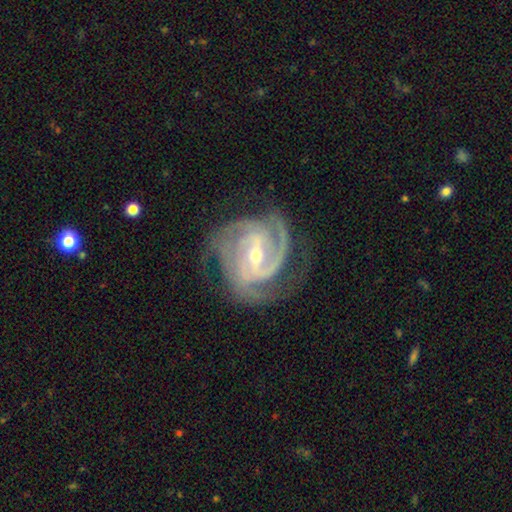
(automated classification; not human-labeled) Smooth or featured: featured or disk — 93% (star or artifact — 4%)
Edge-on disk: no — 98% (yes — 2%)
Bar: strong — 44% (weak — 43%)
Spiral arms: yes — 98% (no — 2%)
Spiral winding: tight — 56% (medium — 38%)
Spiral arm count: 3 — 44% (2 — 26%)
Bulge size: small — 55% (moderate — 42%)
Merging: none — 69% (minor disturbance — 19%)